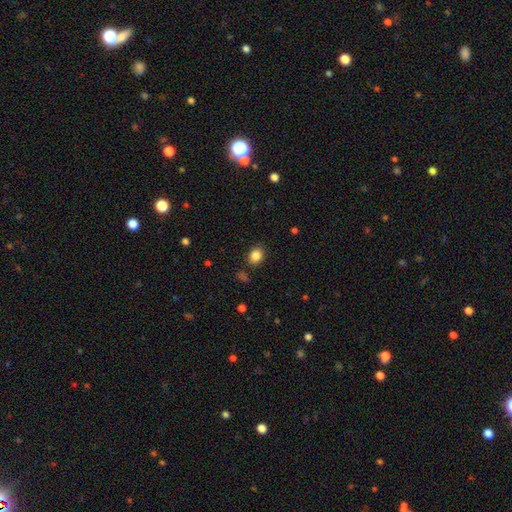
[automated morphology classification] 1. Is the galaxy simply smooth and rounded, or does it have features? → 85% smooth, 10% star or artifact, 4% featured or disk.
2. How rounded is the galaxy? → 59% round, 40% in between, 1% cigar-shaped.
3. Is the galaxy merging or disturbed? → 85% none, 10% minor disturbance, 3% major disturbance, 3% merger.